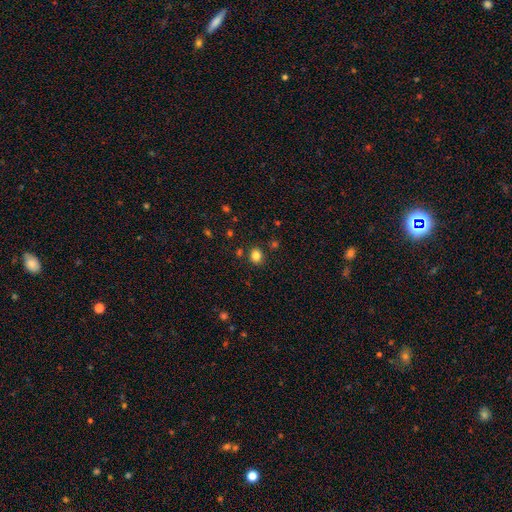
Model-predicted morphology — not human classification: smooth-or-featured: smooth: 82% | star or artifact: 13% | featured or disk: 5%
  how-rounded: round: 70% | in between: 29% | cigar-shaped: 1%
  merging: none: 85% | minor disturbance: 8% | merger: 4% | major disturbance: 2%